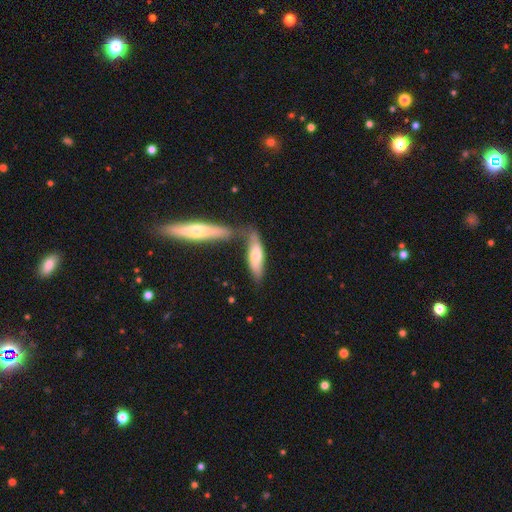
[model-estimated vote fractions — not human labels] Q: Smooth or featured?
A: smooth (62%); runner-up: featured or disk (32%)
Q: How rounded?
A: cigar-shaped (55%); runner-up: in between (43%)
Q: Merging?
A: none (48%); runner-up: merger (33%)